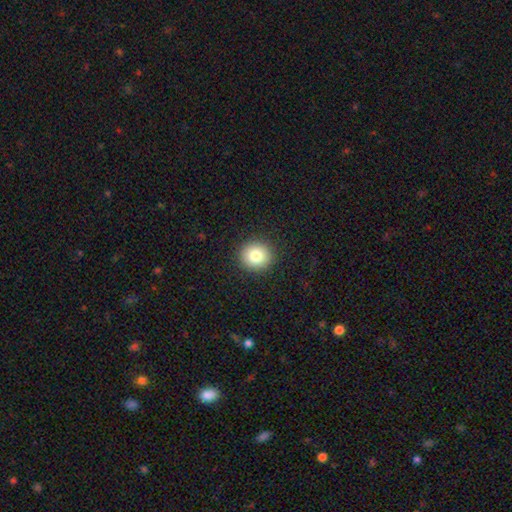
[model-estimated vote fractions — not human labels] Morphology: type=smooth (81%); roundness=round (90%); merging=none (92%).